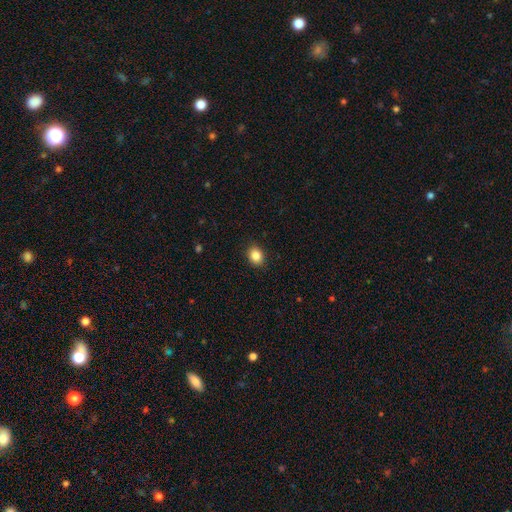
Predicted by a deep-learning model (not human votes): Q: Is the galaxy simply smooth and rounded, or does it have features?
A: smooth — 87%.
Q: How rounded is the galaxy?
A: in between — 56%.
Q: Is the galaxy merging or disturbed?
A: none — 90%.